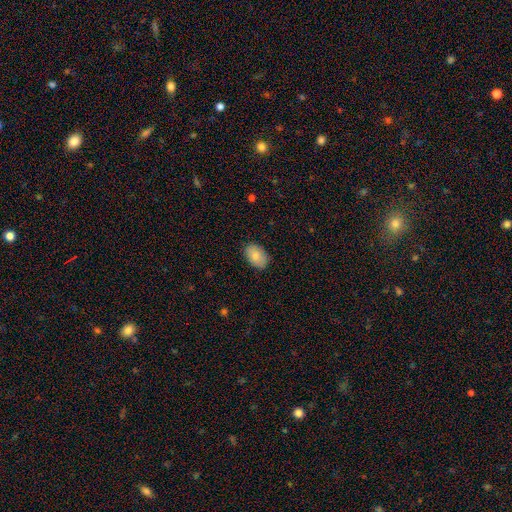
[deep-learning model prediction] This is clearly a smooth galaxy (84%). How rounded: clearly in between (89%). Merging: clearly none (87%).